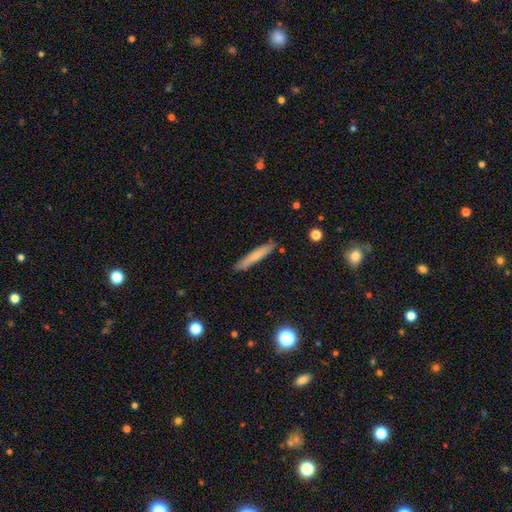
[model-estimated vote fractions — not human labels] smooth_or_featured: smooth (p=0.67) [alt: featured or disk p=0.26]
how_rounded: cigar-shaped (p=0.93) [alt: in between p=0.06]
merging: none (p=0.87) [alt: minor disturbance p=0.09]